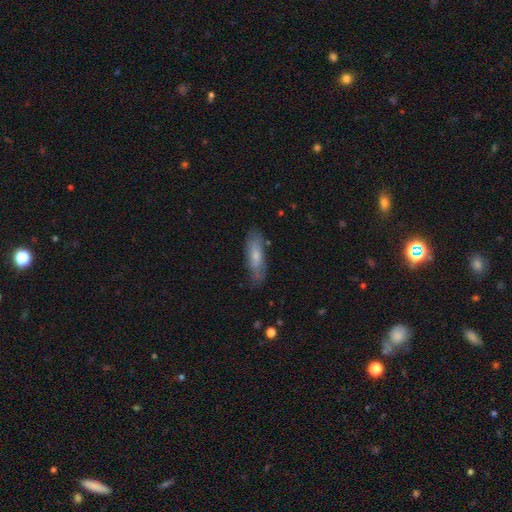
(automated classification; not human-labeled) A smooth galaxy with no disk features (62%) that is cigar-shaped (49%, tied with in between). Merging: none (70%).